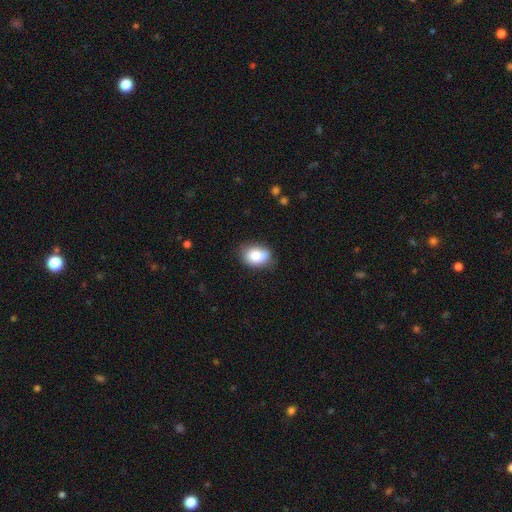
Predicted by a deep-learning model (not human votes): Morphology: type=smooth (82%); roundness=in between (72%); merging=none (70%).